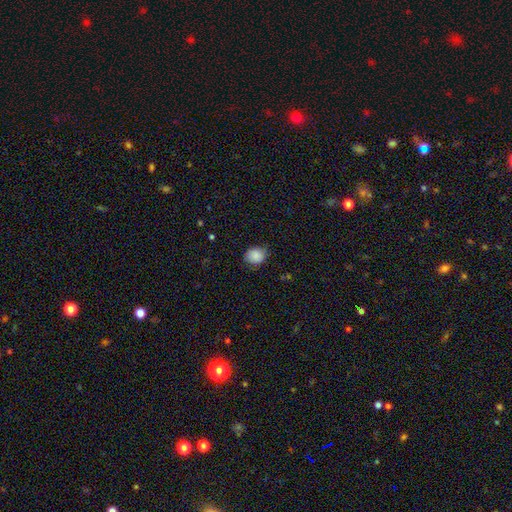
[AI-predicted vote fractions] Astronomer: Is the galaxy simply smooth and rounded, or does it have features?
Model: smooth — 85%.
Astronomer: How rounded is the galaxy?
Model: round — 74%.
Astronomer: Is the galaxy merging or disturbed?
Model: none — 72%.